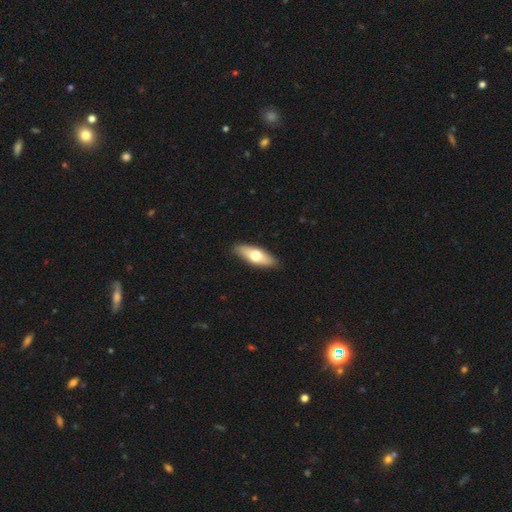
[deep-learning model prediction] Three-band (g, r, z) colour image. It shows a smooth galaxy with no disk features (58%) that is in between round and cigar-shaped (62%). Merging: none (89%).